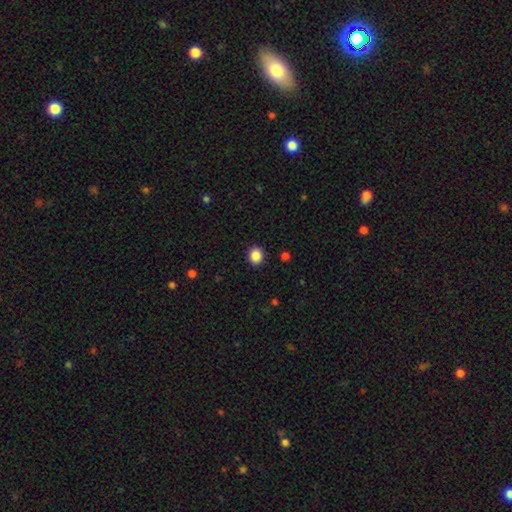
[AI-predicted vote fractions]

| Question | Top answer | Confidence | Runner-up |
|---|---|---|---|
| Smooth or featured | smooth | 87% | star or artifact (9%) |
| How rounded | round | 73% | in between (26%) |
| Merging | none | 91% | minor disturbance (6%) |